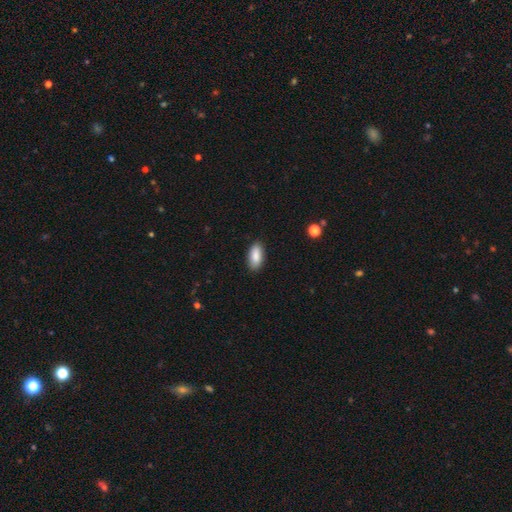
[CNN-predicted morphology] Overall: smooth (88%). How rounded: in between (89%). Merging: none (87%).